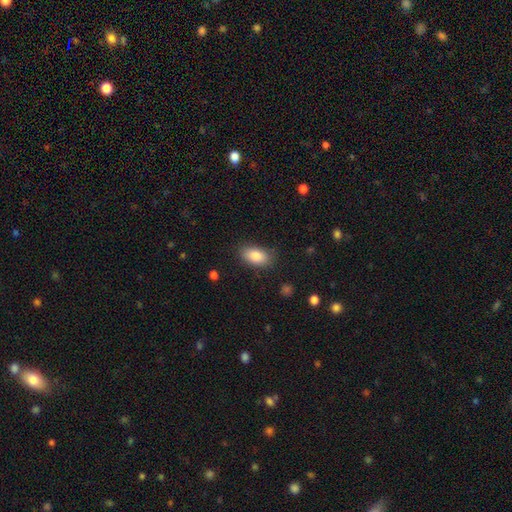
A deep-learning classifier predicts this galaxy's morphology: This appears to be a smooth galaxy with no disk features (85%) that is in between round and cigar-shaped (92%). Merging: none (82%).